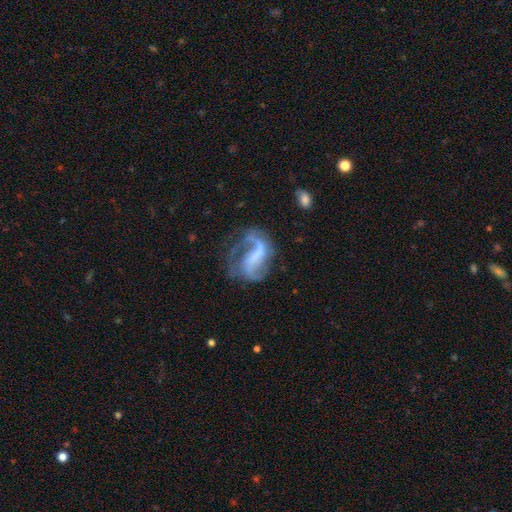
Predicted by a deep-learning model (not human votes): smooth_or_featured: featured or disk (p=0.84) [alt: smooth p=0.09]
disk_edge_on: no (p=0.98) [alt: yes p=0.02]
bar: weak (p=0.38) [alt: strong p=0.35]
has_spiral_arms: yes (p=0.92) [alt: no p=0.08]
spiral_winding: loose (p=0.51) [alt: medium p=0.38]
spiral_arm_count: 2 (p=0.72) [alt: 1 p=0.17]
bulge_size: none (p=0.56) [alt: small p=0.23]
merging: none (p=0.49) [alt: major disturbance p=0.27]